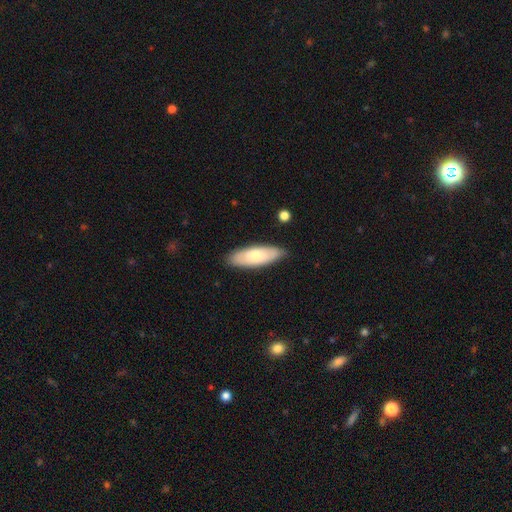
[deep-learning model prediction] smooth 69%, featured or disk 26%, star or artifact 5%. Down the decision tree: how rounded — in between (64%); merging — none (84%).